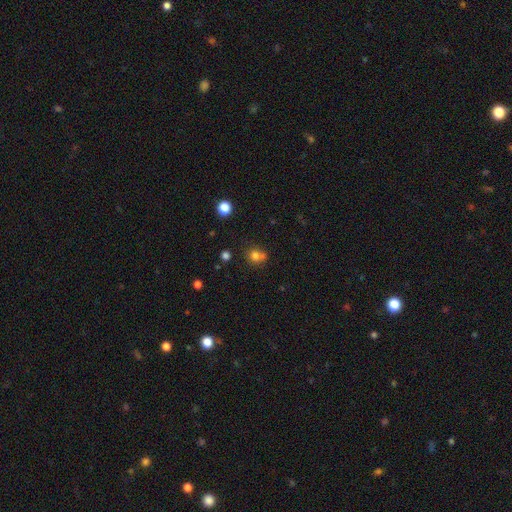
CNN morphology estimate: Q: Smooth or featured?
A: smooth (75%); runner-up: star or artifact (15%)
Q: How rounded?
A: round (77%); runner-up: in between (22%)
Q: Merging?
A: none (51%); runner-up: merger (32%)